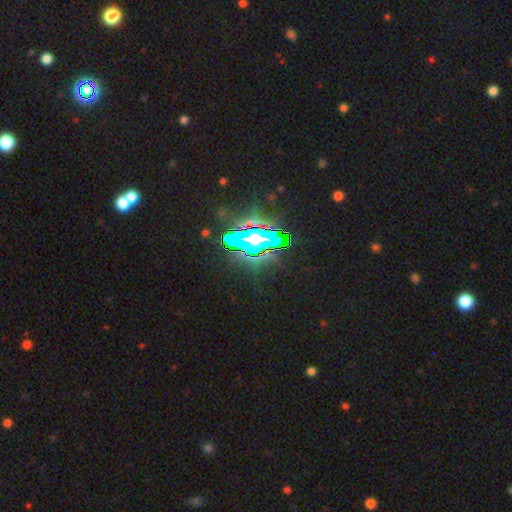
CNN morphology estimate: Q: Smooth or featured?
A: star or artifact (75%); runner-up: featured or disk (15%)